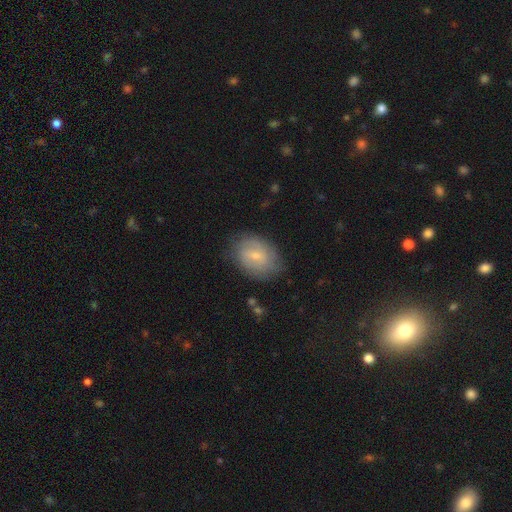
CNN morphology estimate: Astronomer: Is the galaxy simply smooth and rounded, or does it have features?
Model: featured or disk — 49% (runner-up: smooth, 43%).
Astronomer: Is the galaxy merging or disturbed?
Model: none — 75%.